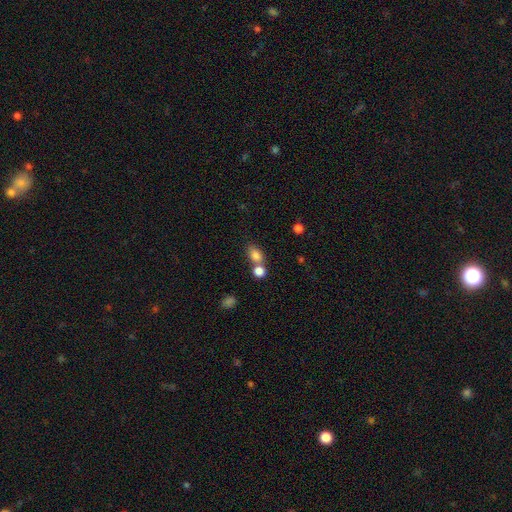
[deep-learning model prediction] Q: Smooth or featured?
A: smooth (83%); runner-up: star or artifact (11%)
Q: How rounded?
A: in between (67%); runner-up: round (31%)
Q: Merging?
A: none (47%); runner-up: merger (37%)